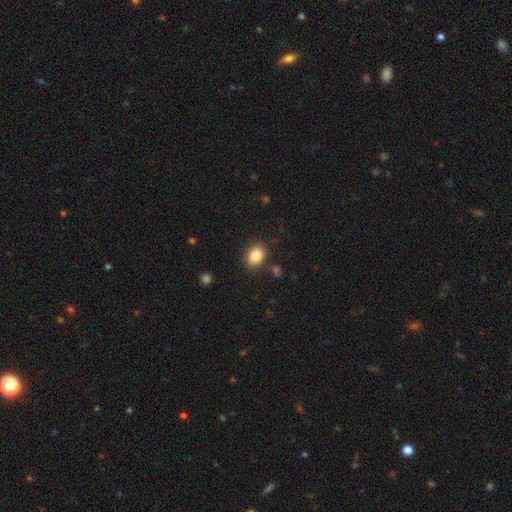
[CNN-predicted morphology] Smooth or featured? Predicted: smooth (p=0.85). How rounded? Predicted: in between (p=0.55). Merging? Predicted: none (p=0.85).